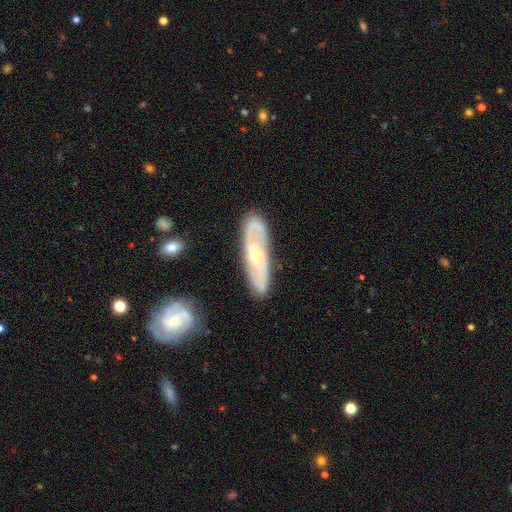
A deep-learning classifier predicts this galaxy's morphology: featured or disk 70%, smooth 24%, star or artifact 6%. Down the decision tree: edge-on disk — no (77%); bar — no (72%); spiral arms — yes (77%); bulge size — small (49%); merging — none (77%).